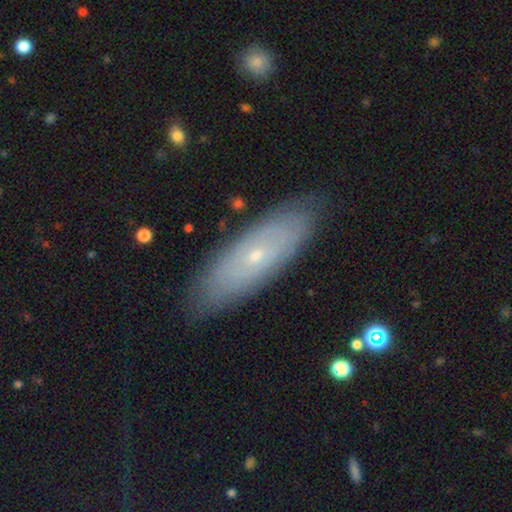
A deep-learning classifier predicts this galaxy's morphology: Smooth or featured? Predicted: featured or disk (p=0.56). Edge-on disk? Predicted: no (p=0.73). Merging? Predicted: none (p=0.86).